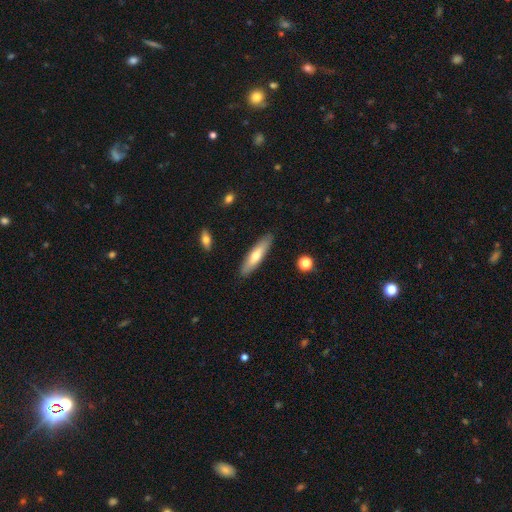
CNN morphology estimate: The model was most divided on "smooth or featured": smooth: 64%, featured or disk: 31%, star or artifact: 6%. More confident: merging — none (88%); how rounded — cigar-shaped (75%).